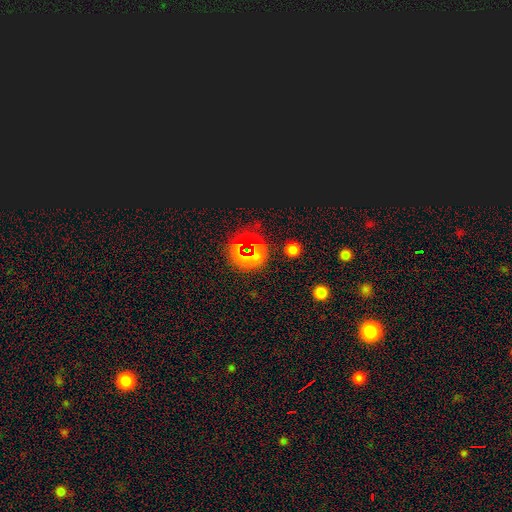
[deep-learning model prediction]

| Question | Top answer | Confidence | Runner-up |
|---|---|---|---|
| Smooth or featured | star or artifact | 64% | smooth (27%) |